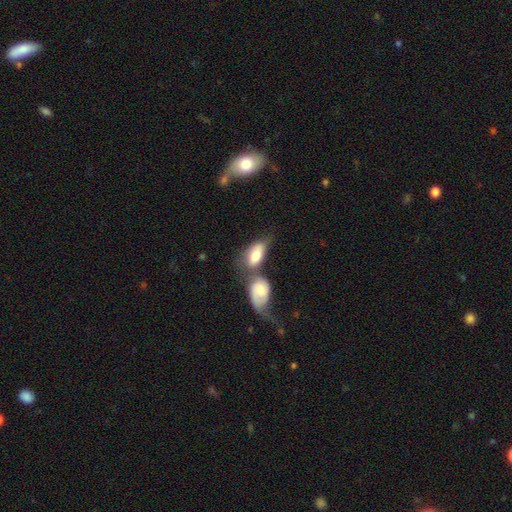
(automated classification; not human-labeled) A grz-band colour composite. It shows a smooth galaxy with no disk features (70%) that is in between round and cigar-shaped (91%). Merging: merger (61%).